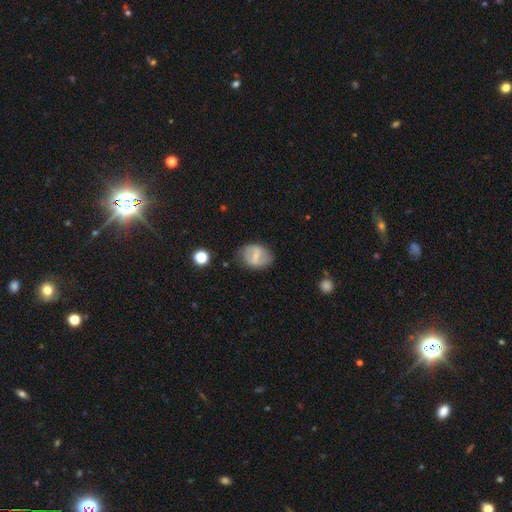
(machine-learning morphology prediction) This is possibly a featured or disk galaxy (52%). It is clearly not viewed edge-on (95%). Merging: likely none (75%).